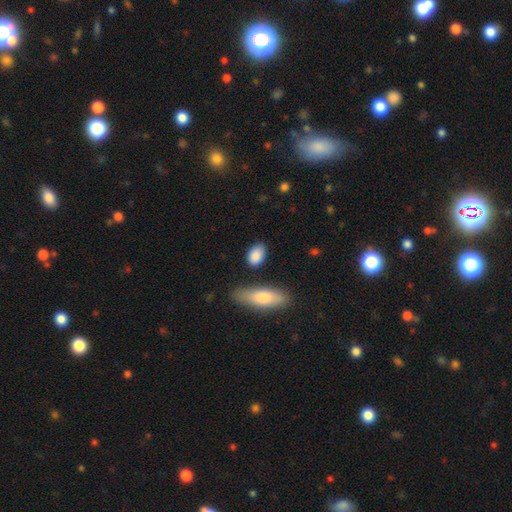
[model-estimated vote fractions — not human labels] This is clearly a smooth galaxy (88%). How rounded: clearly in between (85%). Merging: likely none (80%).